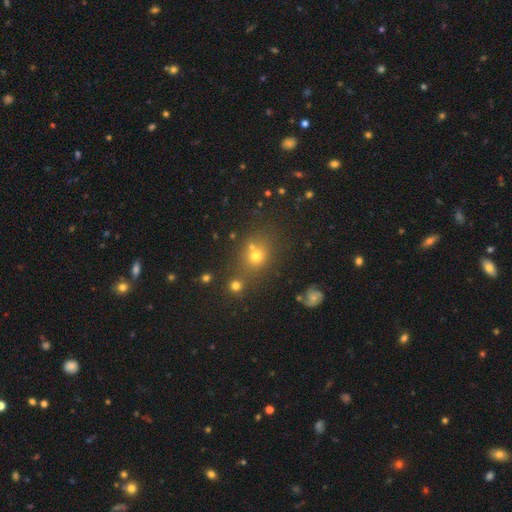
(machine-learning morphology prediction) This appears to be a smooth galaxy with no disk features (61%) that is round (73%). Merging: none (63%).